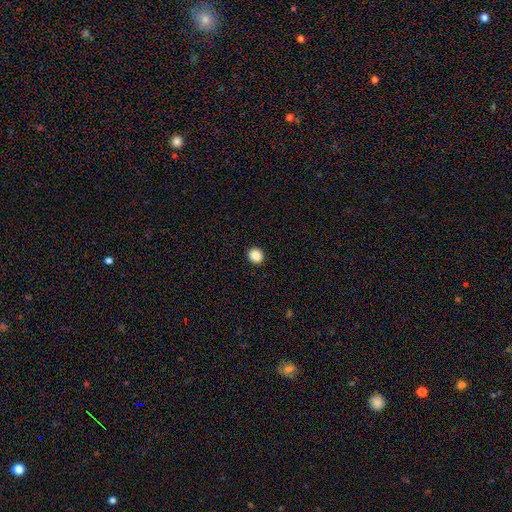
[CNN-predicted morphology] The model was most divided on "how rounded": round: 83%, in between: 16%, cigar-shaped: 1%. More confident: merging — none (92%); smooth or featured — smooth (88%).